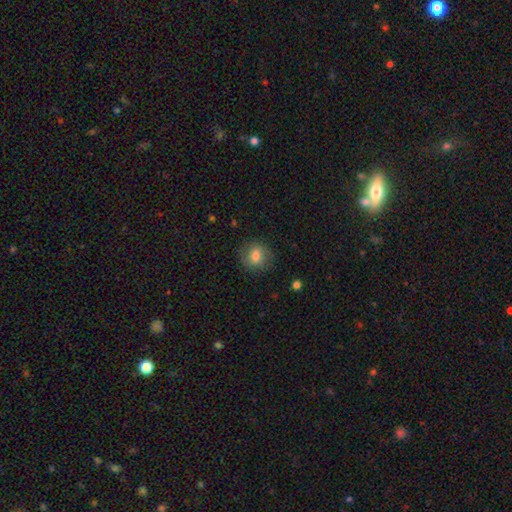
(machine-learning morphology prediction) smooth 72%, featured or disk 19%, star or artifact 9%. Down the decision tree: how rounded — round (79%); merging — none (82%).